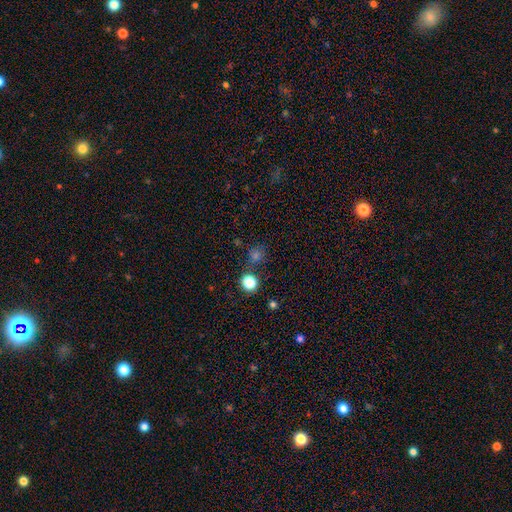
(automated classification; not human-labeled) A smooth galaxy with no disk features (66%) that is round (87%). Merging: none (77%).